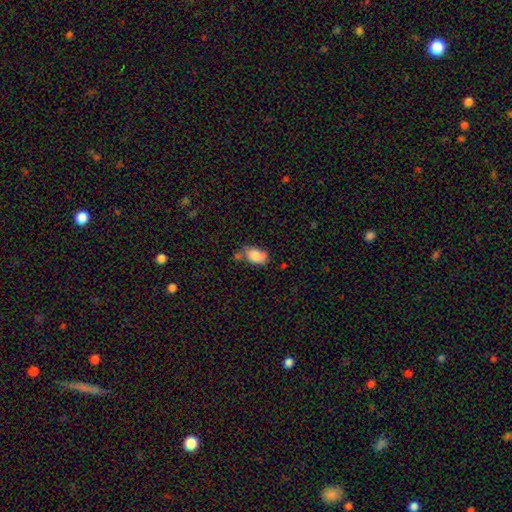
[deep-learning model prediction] A smooth galaxy with no disk features (83%) that is in between round and cigar-shaped (91%).

Vote fractions:
- Smooth or featured? smooth: 83% / featured or disk: 9% / star or artifact: 8%
- How rounded? in between: 91% / round: 7% / cigar-shaped: 2%
- Merging? none: 52% / minor disturbance: 25% / merger: 16% / major disturbance: 7%